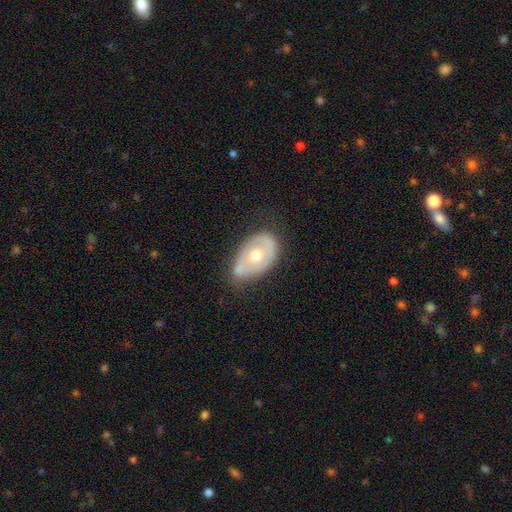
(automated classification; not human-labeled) smooth_or_featured: featured or disk (p=0.54) [alt: smooth p=0.40]
disk_edge_on: no (p=0.91) [alt: yes p=0.09]
merging: none (p=0.49) [alt: minor disturbance p=0.33]